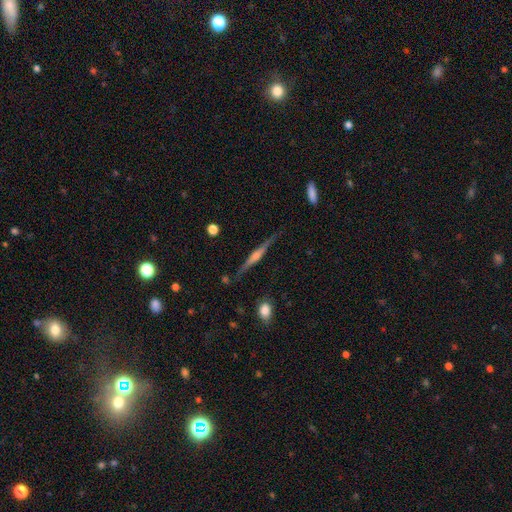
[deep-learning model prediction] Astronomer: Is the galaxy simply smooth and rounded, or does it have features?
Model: featured or disk — 79%.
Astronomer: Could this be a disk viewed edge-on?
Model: yes — 98%.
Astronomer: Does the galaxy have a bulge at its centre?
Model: rounded — 78%.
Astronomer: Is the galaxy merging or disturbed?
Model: none — 86%.